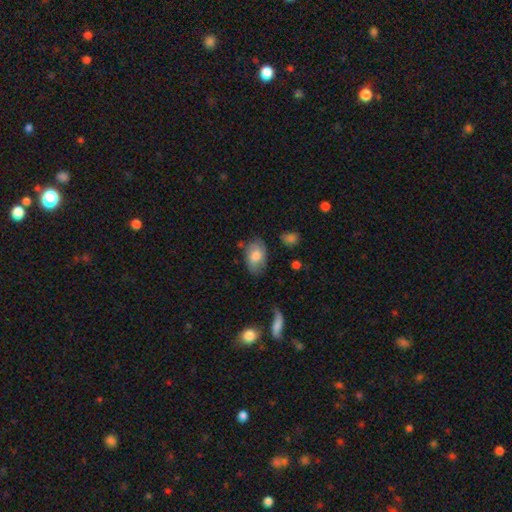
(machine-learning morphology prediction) This appears to be a smooth galaxy with no disk features (73%) that is in between round and cigar-shaped (89%). Merging: none (67%).